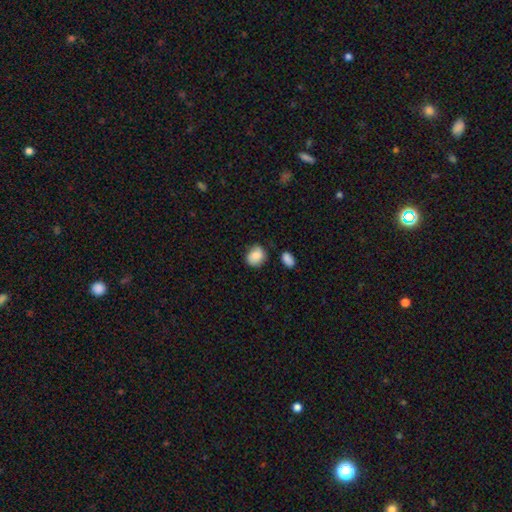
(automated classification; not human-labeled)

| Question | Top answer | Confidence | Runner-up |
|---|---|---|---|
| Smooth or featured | smooth | 84% | featured or disk (8%) |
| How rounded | round | 58% | in between (41%) |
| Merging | none | 69% | minor disturbance (22%) |